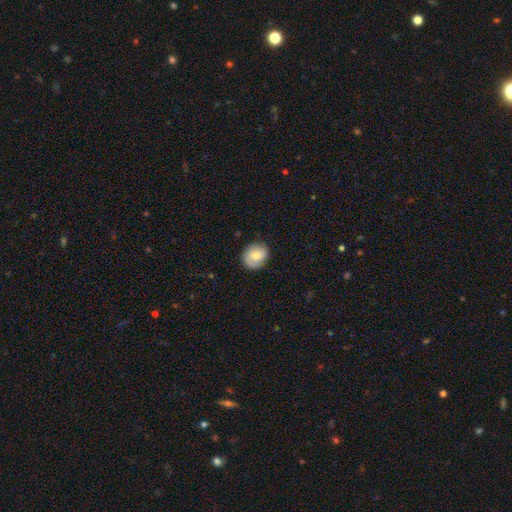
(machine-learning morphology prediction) Smooth or featured?
  - smooth: 70% *
  - featured or disk: 23%
  - star or artifact: 8%
How rounded?
  - round: 67% *
  - in between: 32%
  - cigar-shaped: 1%
Merging?
  - none: 79% *
  - minor disturbance: 16%
  - major disturbance: 4%
  - merger: 1%